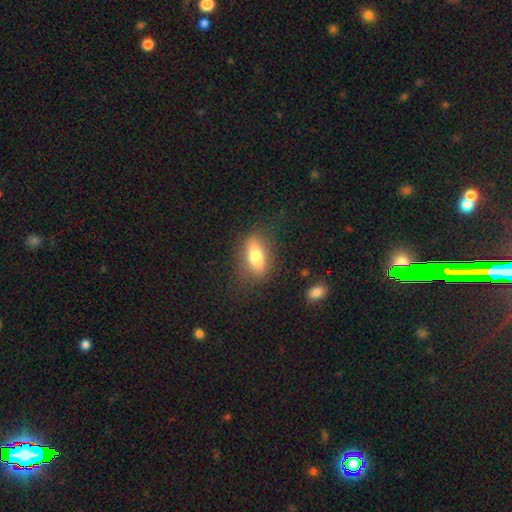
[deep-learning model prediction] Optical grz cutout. It shows a smooth galaxy with no disk features (72%) that is in between round and cigar-shaped (79%). Merging: none (79%).